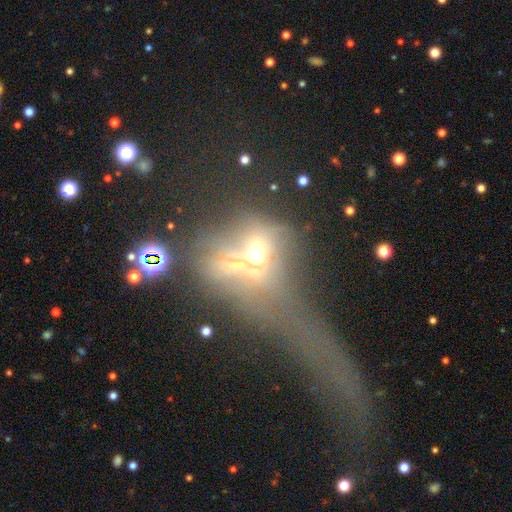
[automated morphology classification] Smooth or featured? featured or disk (39%)
Merging? major disturbance (36%)